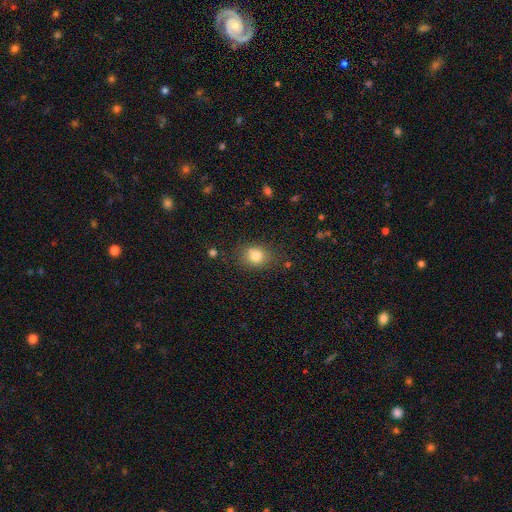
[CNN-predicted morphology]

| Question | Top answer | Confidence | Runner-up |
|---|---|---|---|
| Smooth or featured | smooth | 79% | star or artifact (12%) |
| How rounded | round | 56% | in between (42%) |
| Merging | none | 74% | minor disturbance (16%) |